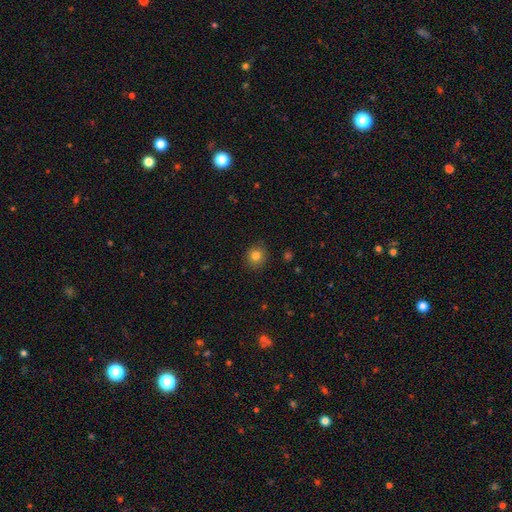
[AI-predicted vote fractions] Morphology: type=smooth (81%); roundness=round (89%); merging=none (89%).